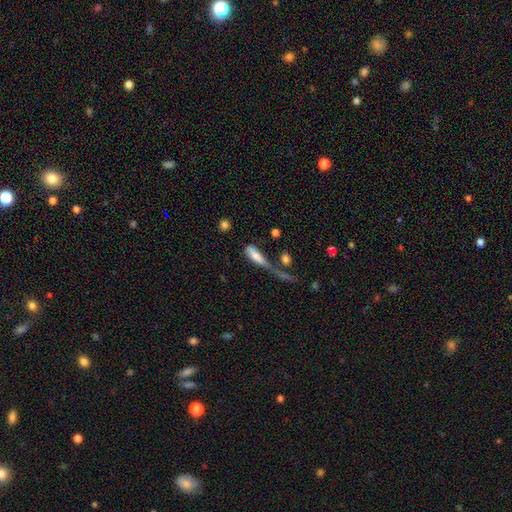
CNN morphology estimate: smooth 70%, featured or disk 22%, star or artifact 8%. Down the decision tree: how rounded — cigar-shaped (51%); merging — major disturbance (28%).